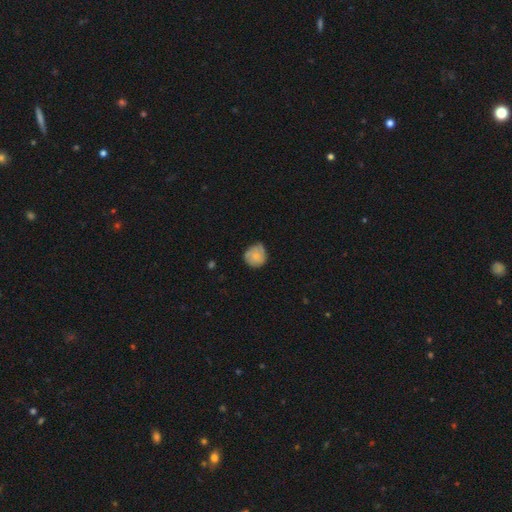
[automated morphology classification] smooth 66%, featured or disk 26%, star or artifact 7%. Down the decision tree: how rounded — round (83%); merging — none (60%).